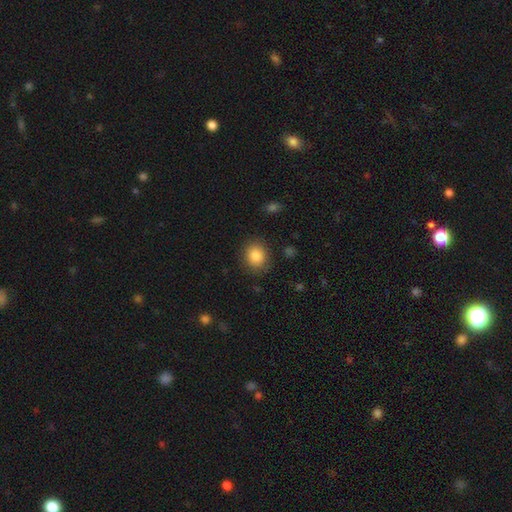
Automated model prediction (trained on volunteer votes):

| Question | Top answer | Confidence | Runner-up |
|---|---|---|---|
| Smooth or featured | smooth | 85% | star or artifact (9%) |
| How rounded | round | 73% | in between (26%) |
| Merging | none | 86% | minor disturbance (9%) |